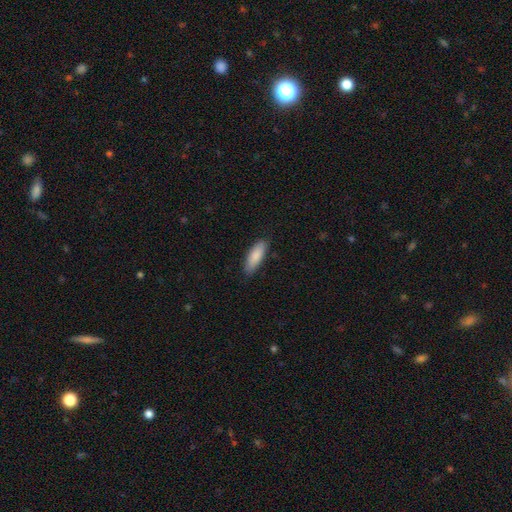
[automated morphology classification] Smooth or featured? Predicted: smooth (p=0.87). How rounded? Predicted: in between (p=0.56). Merging? Predicted: none (p=0.86).